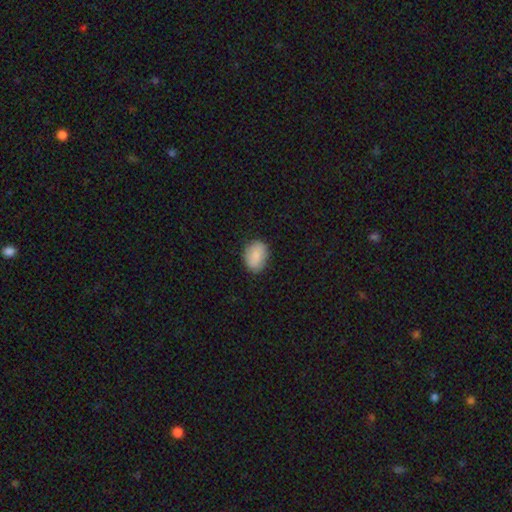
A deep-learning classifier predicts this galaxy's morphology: smooth-or-featured: smooth: 86% | star or artifact: 7% | featured or disk: 7%
  how-rounded: in between: 72% | round: 27% | cigar-shaped: 1%
  merging: none: 81% | minor disturbance: 15% | major disturbance: 3% | merger: 1%